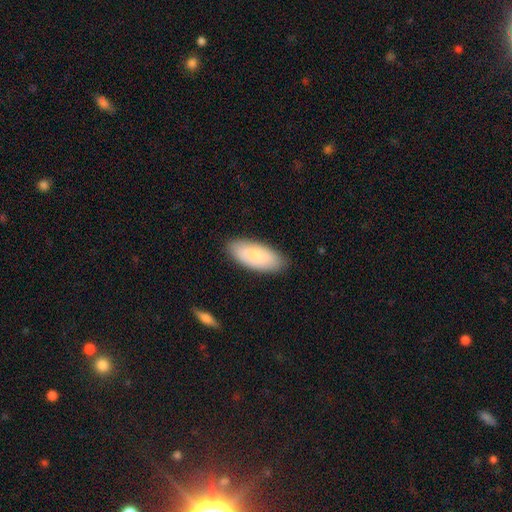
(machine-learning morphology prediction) smooth_or_featured: smooth (p=0.70) [alt: featured or disk p=0.24]
how_rounded: in between (p=0.88) [alt: cigar-shaped p=0.10]
merging: none (p=0.86) [alt: minor disturbance p=0.11]